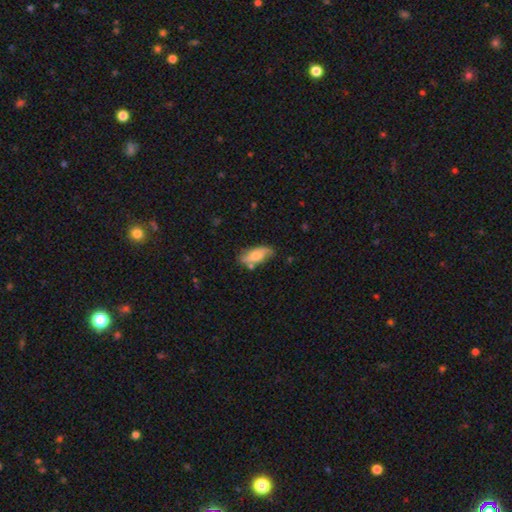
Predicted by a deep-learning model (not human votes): Smooth or featured? Predicted: smooth (p=0.56). How rounded? Predicted: in between (p=0.82). Merging? Predicted: none (p=0.67).